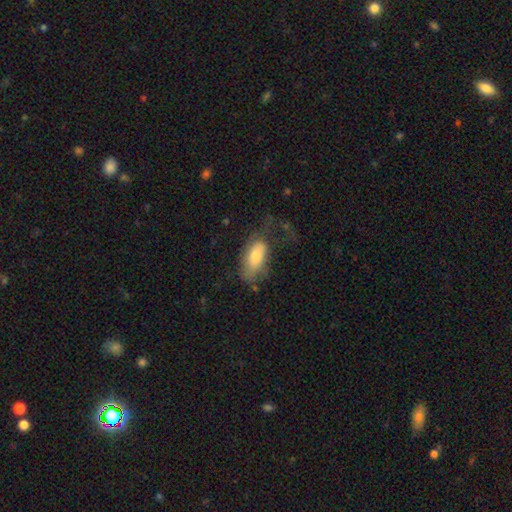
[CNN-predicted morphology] Smooth or featured: smooth — 74% (featured or disk — 19%)
How rounded: in between — 89% (cigar-shaped — 9%)
Merging: none — 36% (major disturbance — 34%)